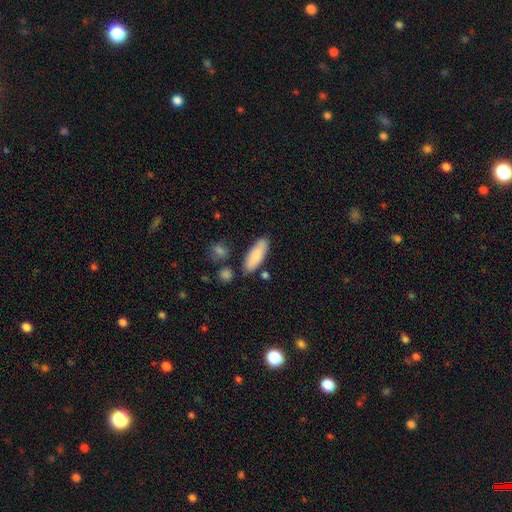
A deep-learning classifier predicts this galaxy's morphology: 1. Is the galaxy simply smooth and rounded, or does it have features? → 85% smooth, 9% featured or disk, 6% star or artifact.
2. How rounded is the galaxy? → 65% in between, 33% cigar-shaped, 2% round.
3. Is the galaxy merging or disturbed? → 78% none, 14% minor disturbance, 5% merger, 3% major disturbance.